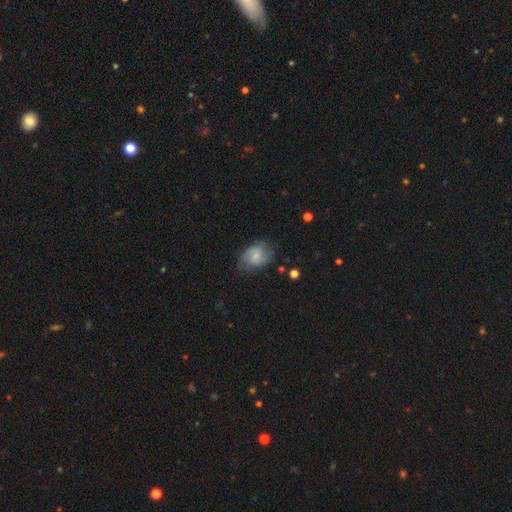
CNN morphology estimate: smooth-or-featured: smooth: 49% | featured or disk: 44% | star or artifact: 8%
  merging: none: 61% | minor disturbance: 27% | major disturbance: 11% | merger: 2%